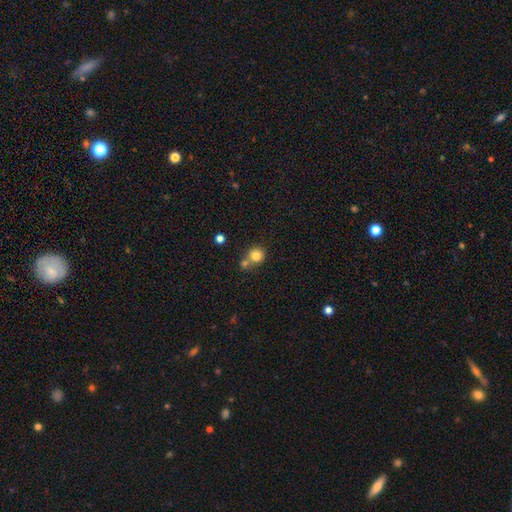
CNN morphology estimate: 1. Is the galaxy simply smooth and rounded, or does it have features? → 81% smooth, 11% star or artifact, 8% featured or disk.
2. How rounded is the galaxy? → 87% round, 12% in between, 1% cigar-shaped.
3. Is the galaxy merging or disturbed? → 53% none, 35% merger, 9% minor disturbance, 3% major disturbance.